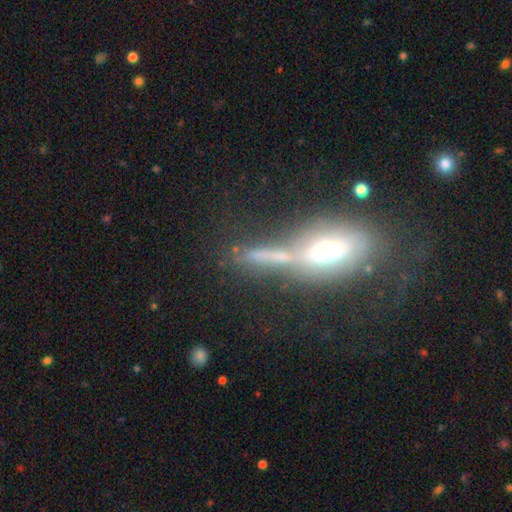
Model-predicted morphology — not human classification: This is marginally a smooth galaxy (42%). Merging: likely none (65%).